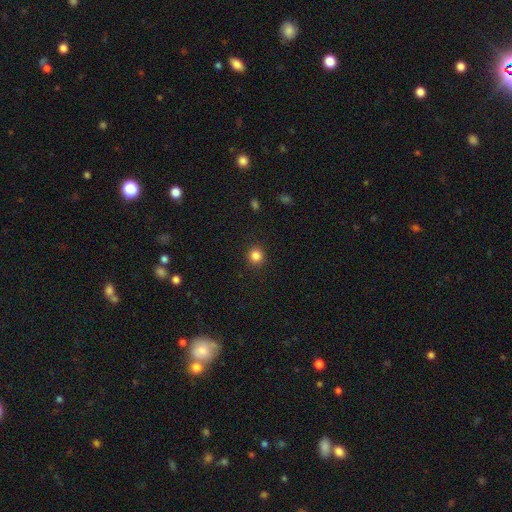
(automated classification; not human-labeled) Overall: smooth (84%). How rounded: round (92%). Merging: none (91%).